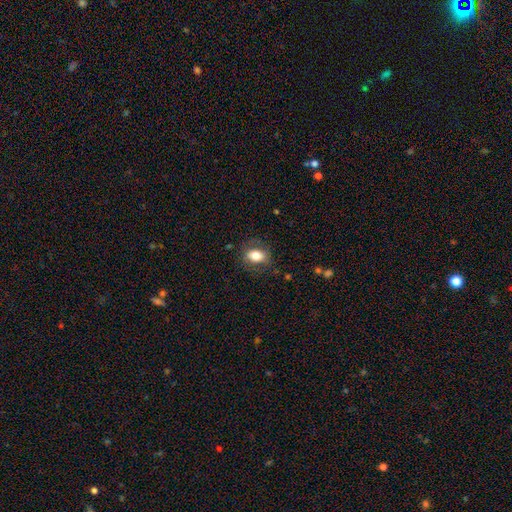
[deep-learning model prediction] smooth_or_featured: smooth (p=0.74) [alt: featured or disk p=0.18]
how_rounded: in between (p=0.75) [alt: round p=0.24]
merging: none (p=0.77) [alt: minor disturbance p=0.15]